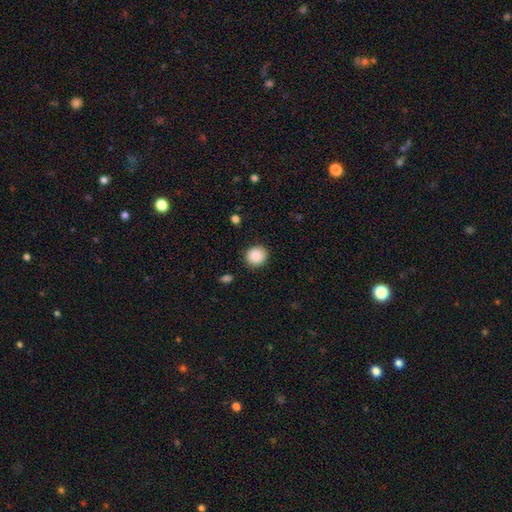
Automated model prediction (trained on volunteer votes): Morphology: type=smooth (89%); roundness=round (88%); merging=none (88%).